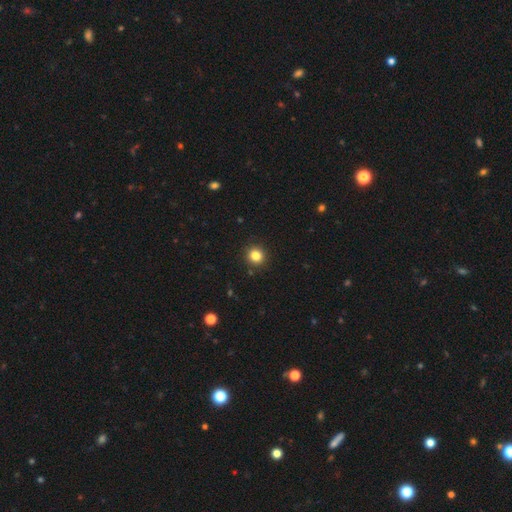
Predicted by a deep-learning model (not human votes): smooth_or_featured: smooth (p=0.83) [alt: star or artifact p=0.12]
how_rounded: round (p=0.91) [alt: in between p=0.08]
merging: none (p=0.91) [alt: minor disturbance p=0.06]